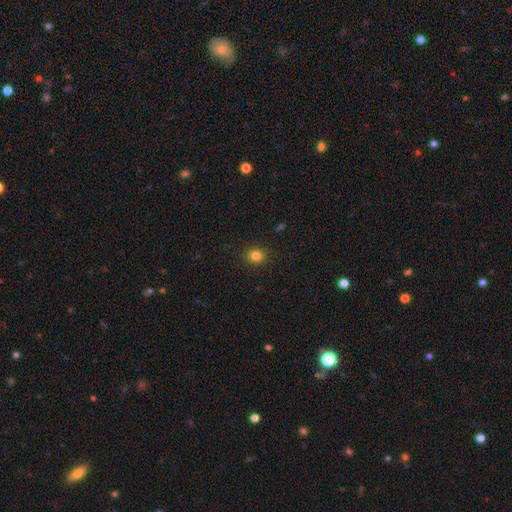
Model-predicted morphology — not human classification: A smooth galaxy with no disk features (83%) that is round (83%).

Vote fractions:
- Smooth or featured? smooth: 83% / star or artifact: 12% / featured or disk: 5%
- How rounded? round: 83% / in between: 16% / cigar-shaped: 1%
- Merging? none: 90% / minor disturbance: 6% / major disturbance: 2% / merger: 1%